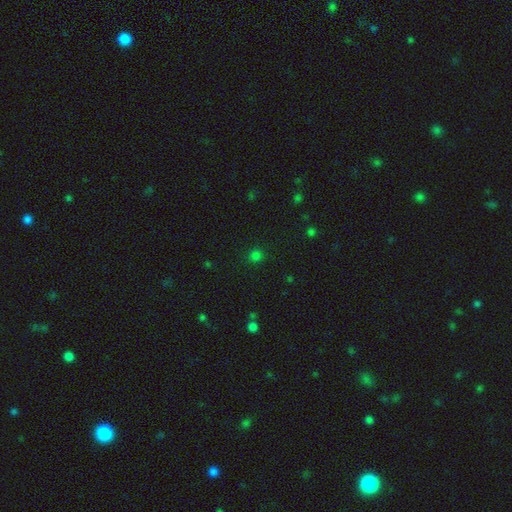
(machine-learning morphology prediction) A smooth galaxy with no disk features (76%) that is round (91%).

Vote fractions:
- Smooth or featured? smooth: 76% / star or artifact: 20% / featured or disk: 4%
- How rounded? round: 91% / in between: 8% / cigar-shaped: 1%
- Merging? none: 90% / minor disturbance: 6% / major disturbance: 2% / merger: 1%